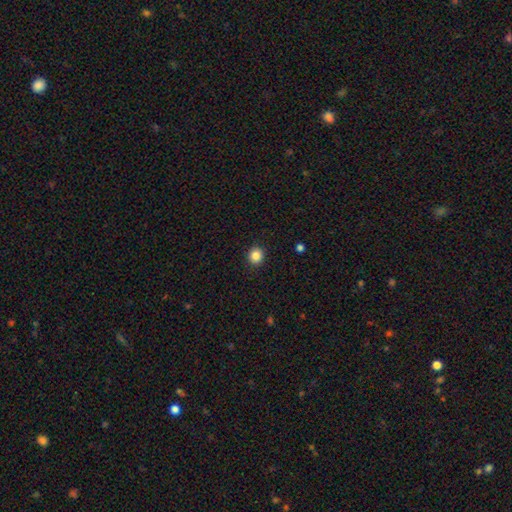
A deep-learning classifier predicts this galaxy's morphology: smooth 86%, star or artifact 10%, featured or disk 4%. Down the decision tree: how rounded — round (89%); merging — none (92%).